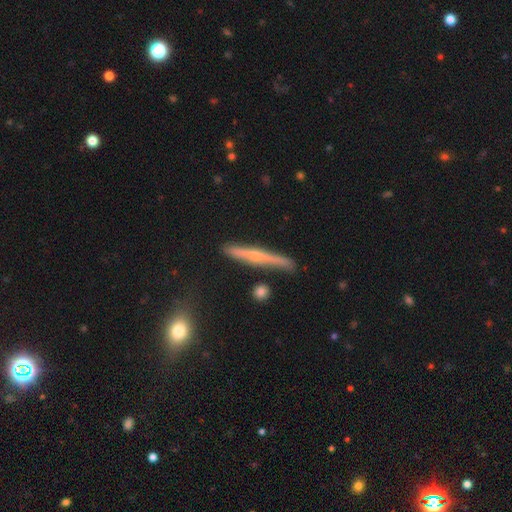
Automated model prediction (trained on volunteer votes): Smooth or featured: featured or disk — 62% (smooth — 31%)
Edge-on disk: yes — 96% (no — 4%)
Edge-on bulge: rounded — 60% (none — 34%)
Merging: none — 84% (minor disturbance — 11%)